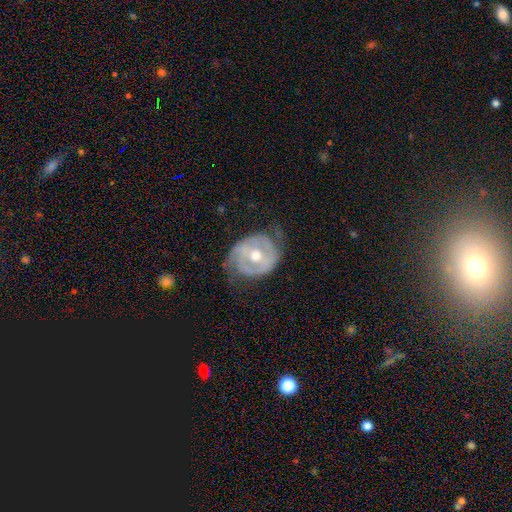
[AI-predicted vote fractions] smooth-or-featured: featured or disk: 77% | smooth: 17% | star or artifact: 5%
  disk-edge-on: no: 97% | yes: 3%
    bar: no: 49% | weak: 34% | strong: 17%
    has-spiral-arms: yes: 76% | no: 24%
      spiral-winding: tight: 49% | medium: 35% | loose: 17%
      spiral-arm-count: 2: 59% | can't tell: 24% | 3: 7% | 1: 6% | 4: 2% | more than 4: 2%
    bulge-size: moderate: 77% | small: 17% | large: 4% | none: 1% | dominant: 1%
  merging: none: 58% | minor disturbance: 26% | major disturbance: 14% | merger: 1%